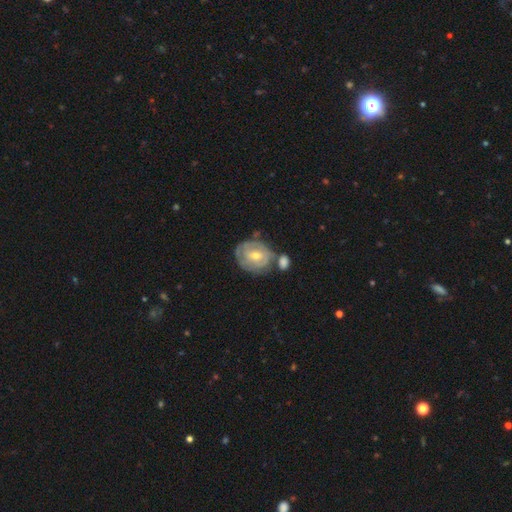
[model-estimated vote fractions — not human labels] Smooth or featured?
  - featured or disk: 68% *
  - smooth: 26%
  - star or artifact: 6%
Edge-on disk?
  - no: 96% *
  - yes: 4%
Bar?
  - no: 47% *
  - weak: 42%
  - strong: 10%
Spiral arms?
  - yes: 76% *
  - no: 24%
Bulge size?
  - moderate: 55% *
  - small: 42%
  - large: 2%
  - none: 1%
  - dominant: 1%
Merging?
  - none: 52% *
  - merger: 20%
  - minor disturbance: 20%
  - major disturbance: 8%